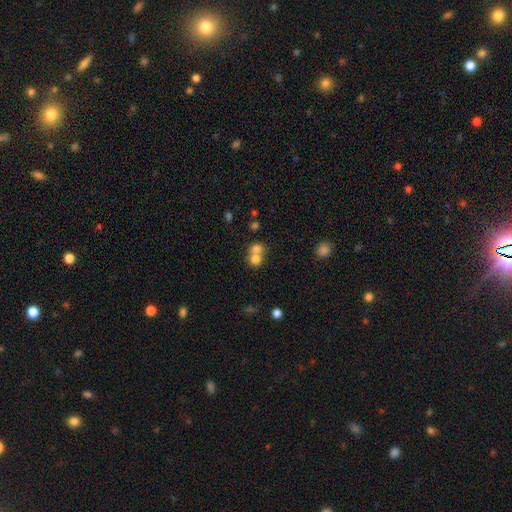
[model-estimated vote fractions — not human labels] A smooth galaxy with no disk features (75%) that is round (82%). Merging: merger (62%).